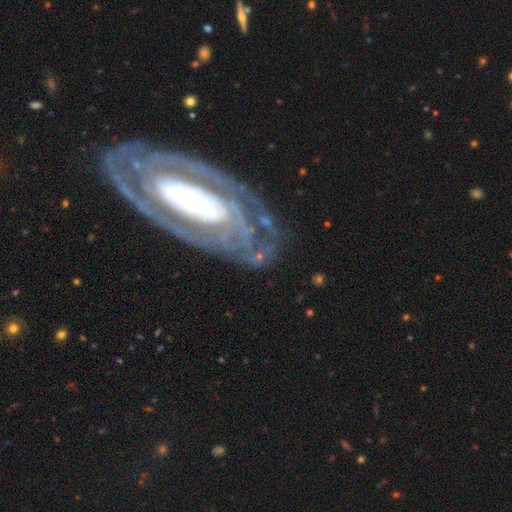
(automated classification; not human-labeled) A featured or disk galaxy (83%) with no bar (47%), 2 (33%) tight (60%) spiral arms (87%) and a small central bulge (49%).

Vote fractions:
- Smooth or featured? featured or disk: 83% / smooth: 10% / star or artifact: 7%
- Edge-on disk? no: 93% / yes: 7%
- Bar? no: 47% / strong: 29% / weak: 24%
- Spiral arms? yes: 87% / no: 13%
- Spiral winding? tight: 60% / medium: 29% / loose: 11%
- Spiral arm count? 2: 33% / can't tell: 32% / 3: 15% / 4: 8% / 1: 7% / more than 4: 6%
- Bulge size? small: 49% / moderate: 35% / large: 11% / none: 3% / dominant: 3%
- Merging? none: 62% / minor disturbance: 17% / major disturbance: 17% / merger: 4%